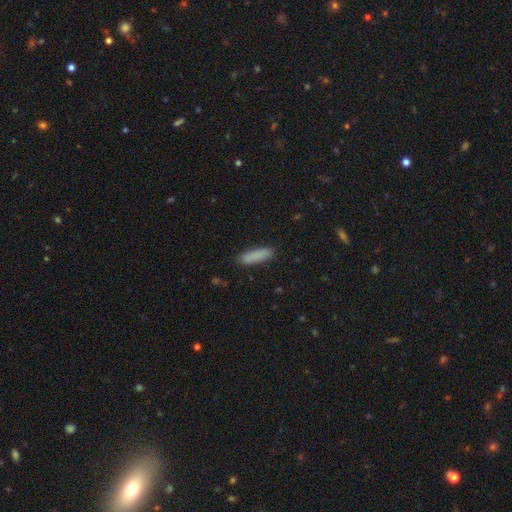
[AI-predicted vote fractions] A smooth galaxy with no disk features (88%) that is cigar-shaped (70%).

Vote fractions:
- Smooth or featured? smooth: 88% / star or artifact: 7% / featured or disk: 6%
- How rounded? cigar-shaped: 70% / in between: 29% / round: 1%
- Merging? none: 89% / minor disturbance: 9% / major disturbance: 2% / merger: 1%